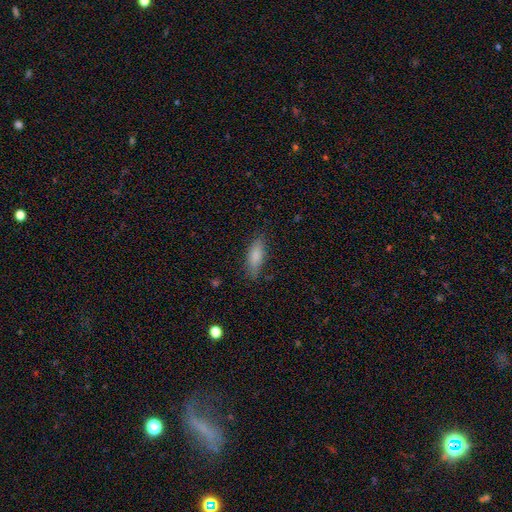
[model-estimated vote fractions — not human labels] smooth-or-featured: smooth: 83% | featured or disk: 10% | star or artifact: 7%
  how-rounded: in between: 68% | cigar-shaped: 30% | round: 2%
  merging: none: 79% | minor disturbance: 16% | major disturbance: 4% | merger: 1%